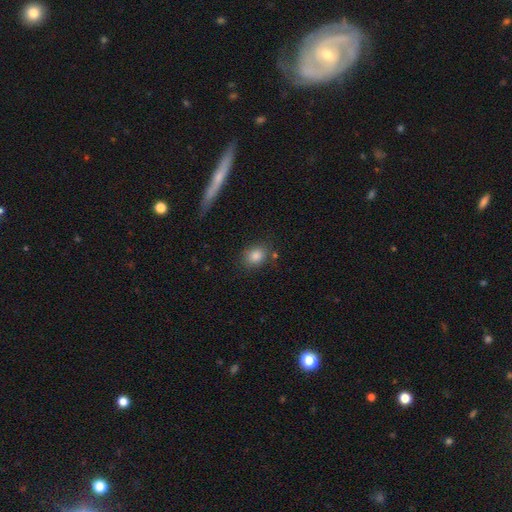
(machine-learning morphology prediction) This is clearly a smooth galaxy (84%). How rounded: possibly in between (56%). Merging: likely none (76%).